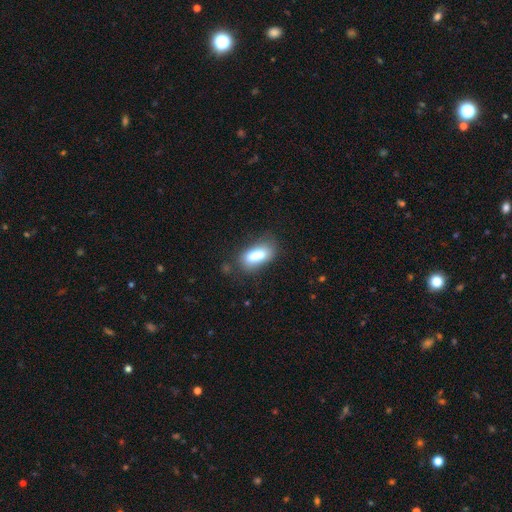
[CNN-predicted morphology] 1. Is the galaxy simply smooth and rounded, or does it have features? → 79% smooth, 13% featured or disk, 8% star or artifact.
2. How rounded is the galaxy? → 84% in between, 12% cigar-shaped, 4% round.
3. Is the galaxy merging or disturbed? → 57% none, 25% minor disturbance, 11% major disturbance, 7% merger.